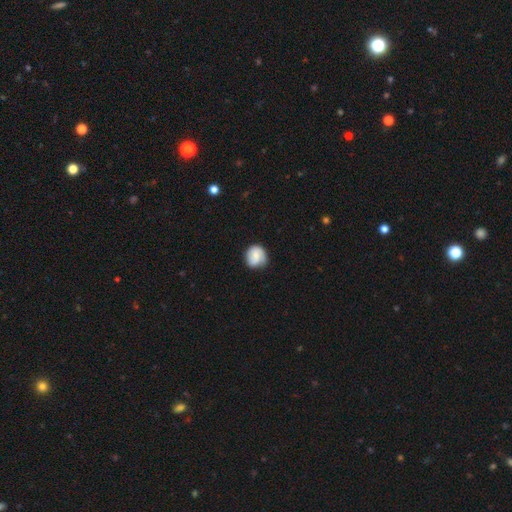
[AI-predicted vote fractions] Smooth or featured? smooth (56%)
How rounded? round (80%)
Merging? none (68%)